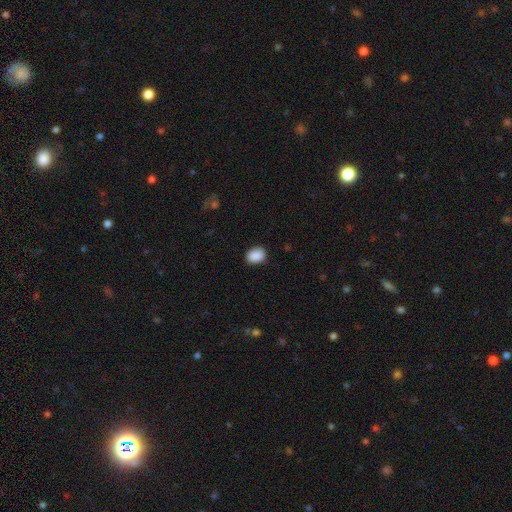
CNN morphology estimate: type=smooth (88%); roundness=in between (64%); merging=none (83%).